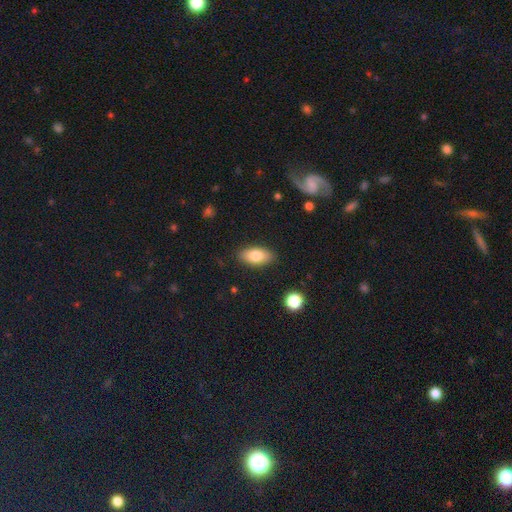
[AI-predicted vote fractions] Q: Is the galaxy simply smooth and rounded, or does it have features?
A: smooth — 79%.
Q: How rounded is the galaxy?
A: in between — 90%.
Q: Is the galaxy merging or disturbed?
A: none — 87%.